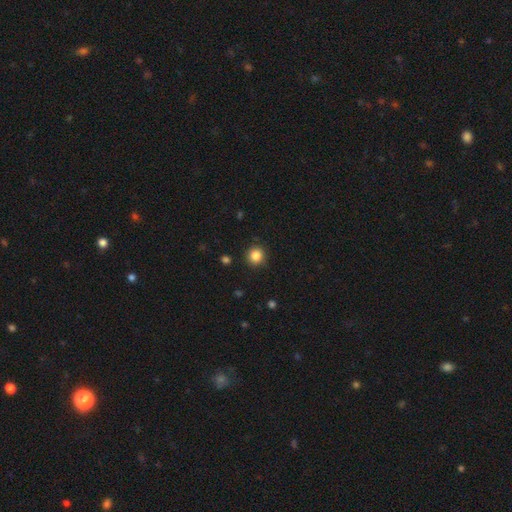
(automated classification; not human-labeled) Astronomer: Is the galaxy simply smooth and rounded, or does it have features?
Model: smooth — 85%.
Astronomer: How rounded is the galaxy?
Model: round — 93%.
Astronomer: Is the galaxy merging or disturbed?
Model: none — 90%.